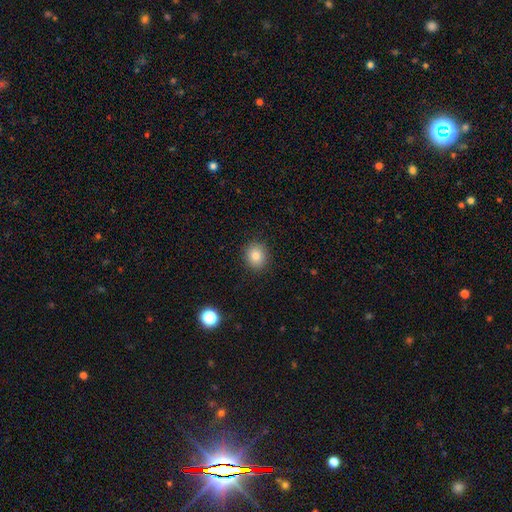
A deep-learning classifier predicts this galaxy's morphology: Smooth or featured? smooth (82%)
How rounded? round (77%)
Merging? none (89%)